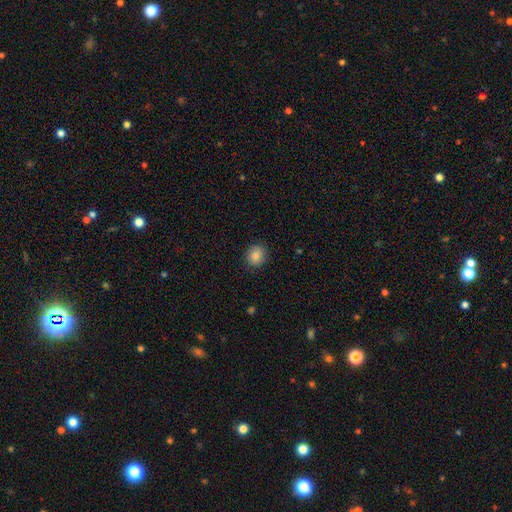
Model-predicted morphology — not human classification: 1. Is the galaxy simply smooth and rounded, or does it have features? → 86% smooth, 8% star or artifact, 6% featured or disk.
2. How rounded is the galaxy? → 79% round, 20% in between, 1% cigar-shaped.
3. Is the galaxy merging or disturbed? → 86% none, 10% minor disturbance, 3% major disturbance, 1% merger.